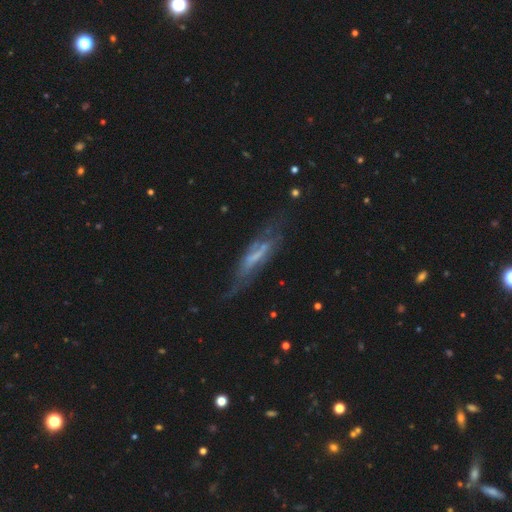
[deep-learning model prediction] Morphology: type=featured or disk (64%); edge-on=yes (54%); merging=none (50%).